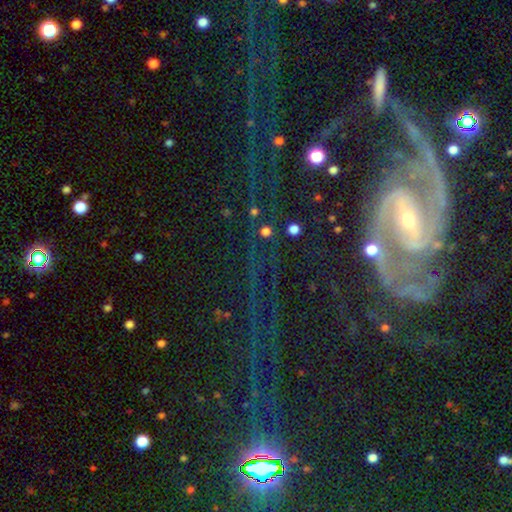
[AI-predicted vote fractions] A featured or disk galaxy (82%) with a weak bar (37%), 2 (66%) medium (44%) spiral arms (95%) and a small central bulge (72%).

Vote fractions:
- Smooth or featured? featured or disk: 82% / star or artifact: 12% / smooth: 6%
- Edge-on disk? no: 96% / yes: 4%
- Bar? weak: 37% / strong: 35% / no: 27%
- Spiral arms? yes: 95% / no: 5%
- Spiral winding? medium: 44% / tight: 29% / loose: 27%
- Spiral arm count? 2: 66% / can't tell: 10% / 3: 8% / 1: 6% / 4: 5% / more than 4: 5%
- Bulge size? small: 72% / moderate: 23% / none: 2% / large: 2% / dominant: 1%
- Merging? none: 46% / major disturbance: 31% / minor disturbance: 15% / merger: 8%